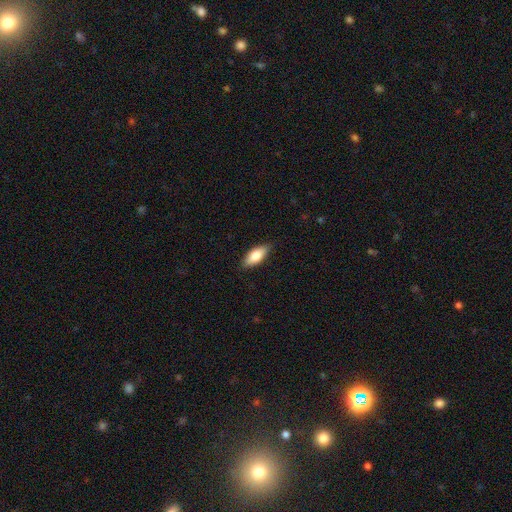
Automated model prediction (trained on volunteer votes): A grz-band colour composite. It shows a smooth galaxy with no disk features (78%) that is in between round and cigar-shaped (82%). Merging: none (86%).